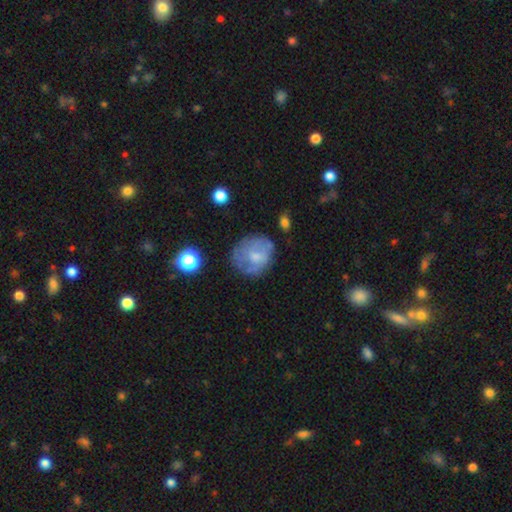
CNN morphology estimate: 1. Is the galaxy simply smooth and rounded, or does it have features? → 49% smooth, 42% featured or disk, 9% star or artifact.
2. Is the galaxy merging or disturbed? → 60% none, 24% minor disturbance, 13% major disturbance, 3% merger.